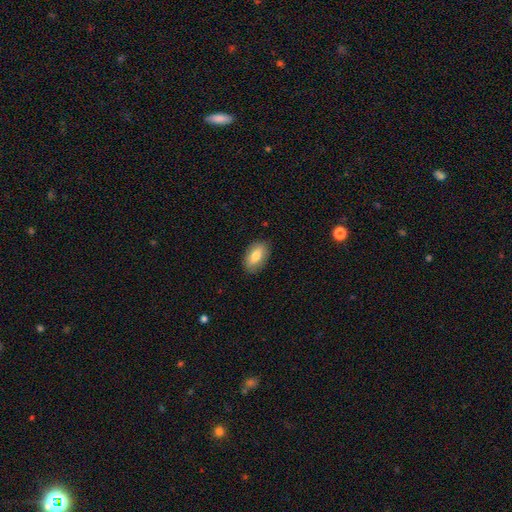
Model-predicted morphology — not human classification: Smooth or featured? smooth (79%)
How rounded? in between (91%)
Merging? none (86%)